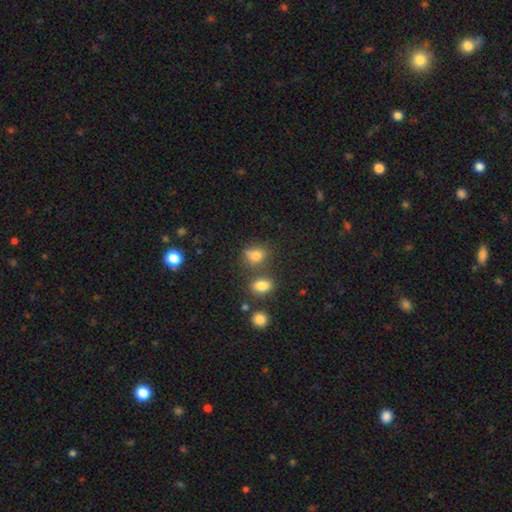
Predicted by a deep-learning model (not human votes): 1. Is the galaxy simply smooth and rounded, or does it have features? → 78% smooth, 14% star or artifact, 8% featured or disk.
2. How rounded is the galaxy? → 54% in between, 44% round, 2% cigar-shaped.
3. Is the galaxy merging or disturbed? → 57% none, 19% merger, 17% minor disturbance, 6% major disturbance.